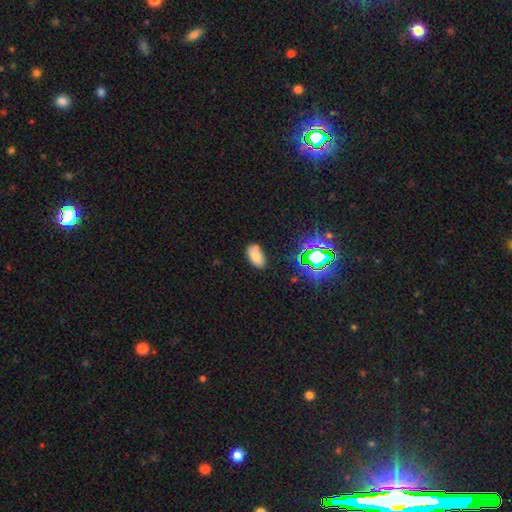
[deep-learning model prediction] smooth_or_featured: smooth (p=0.74) [alt: star or artifact p=0.16]
how_rounded: in between (p=0.93) [alt: round p=0.04]
merging: none (p=0.77) [alt: minor disturbance p=0.15]